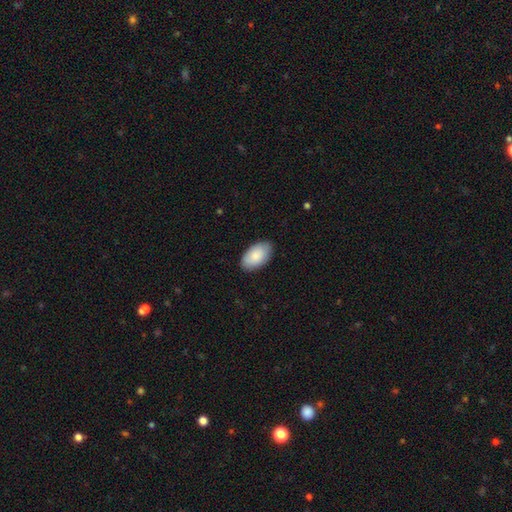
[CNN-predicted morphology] smooth_or_featured: smooth (p=0.86) [alt: featured or disk p=0.08]
how_rounded: in between (p=0.96) [alt: round p=0.03]
merging: none (p=0.86) [alt: minor disturbance p=0.11]